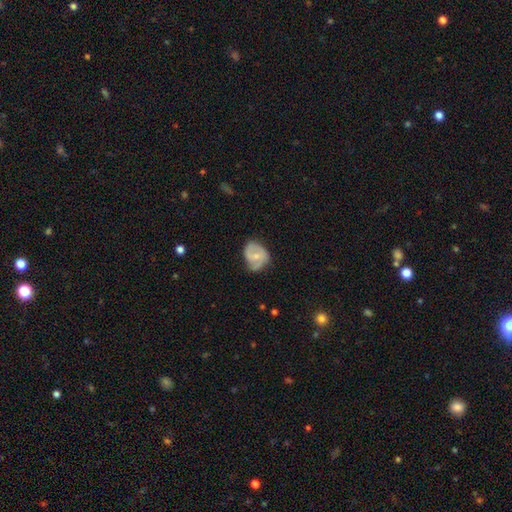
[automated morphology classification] A featured or disk galaxy (55%) with no bar (47%), spiral arms (78%) and a small central bulge (54%).

Vote fractions:
- Smooth or featured? featured or disk: 55% / smooth: 39% / star or artifact: 6%
- Edge-on disk? no: 97% / yes: 3%
- Bar? no: 47% / weak: 42% / strong: 12%
- Spiral arms? yes: 78% / no: 22%
- Bulge size? small: 54% / moderate: 39% / none: 5% / large: 1% / dominant: 1%
- Merging? none: 52% / minor disturbance: 34% / major disturbance: 12% / merger: 2%